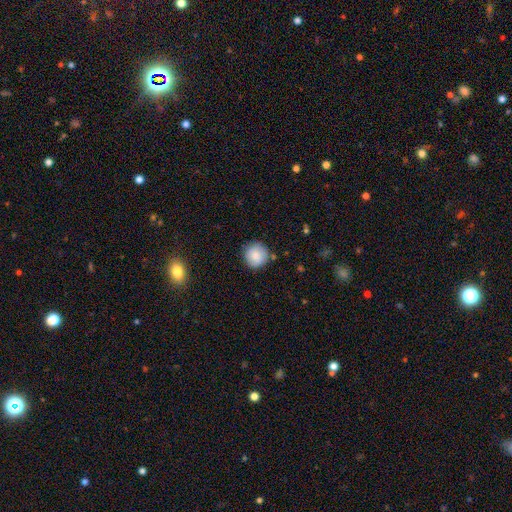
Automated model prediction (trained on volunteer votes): A smooth galaxy with no disk features (85%) that is round (94%). Merging: none (85%).